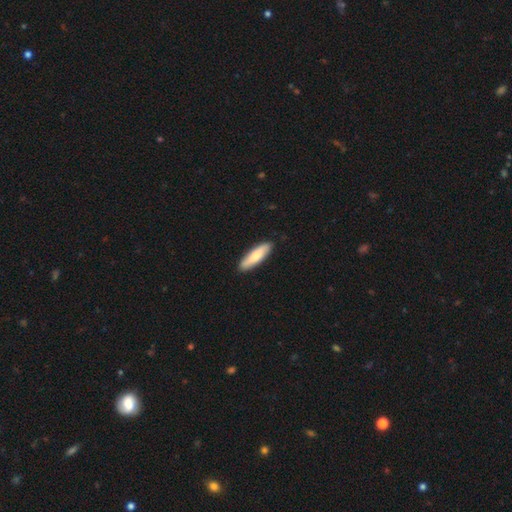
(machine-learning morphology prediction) Overall: smooth (73%). How rounded: cigar-shaped (66%; in between 32%). Merging: none (90%).